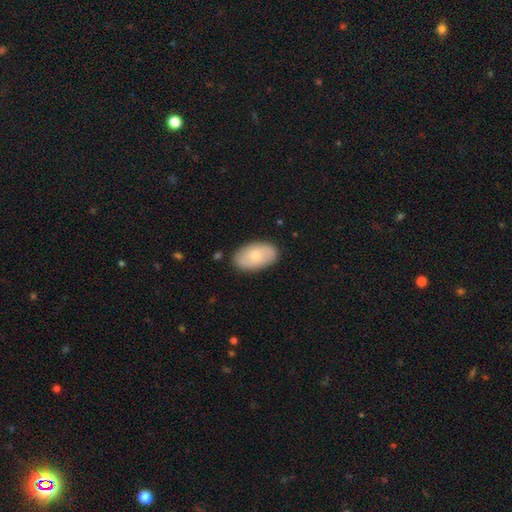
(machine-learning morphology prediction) A smooth galaxy with no disk features (61%) that is in between round and cigar-shaped (93%). Merging: none (85%).